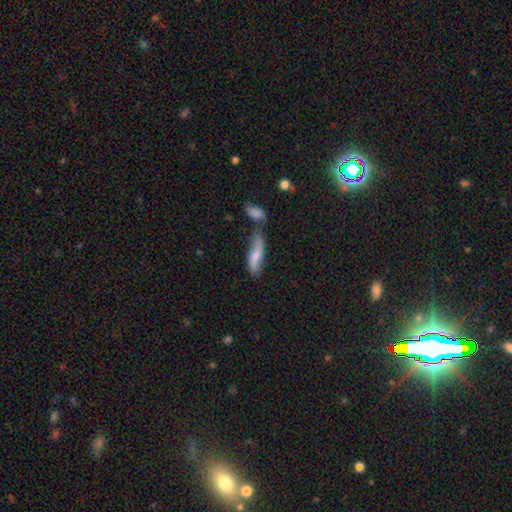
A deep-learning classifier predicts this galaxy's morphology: A smooth galaxy with no disk features (65%) that is cigar-shaped (57%).

Vote fractions:
- Smooth or featured? smooth: 65% / featured or disk: 28% / star or artifact: 7%
- How rounded? cigar-shaped: 57% / in between: 40% / round: 3%
- Merging? none: 45% / merger: 29% / minor disturbance: 20% / major disturbance: 7%